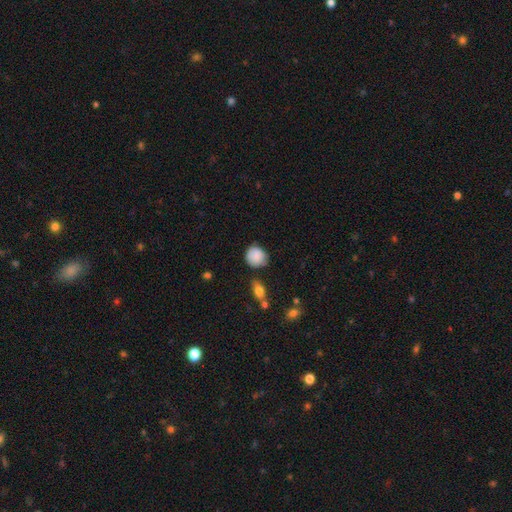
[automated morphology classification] Q: Smooth or featured?
A: smooth (83%); runner-up: featured or disk (9%)
Q: How rounded?
A: round (78%); runner-up: in between (21%)
Q: Merging?
A: none (63%); runner-up: minor disturbance (28%)